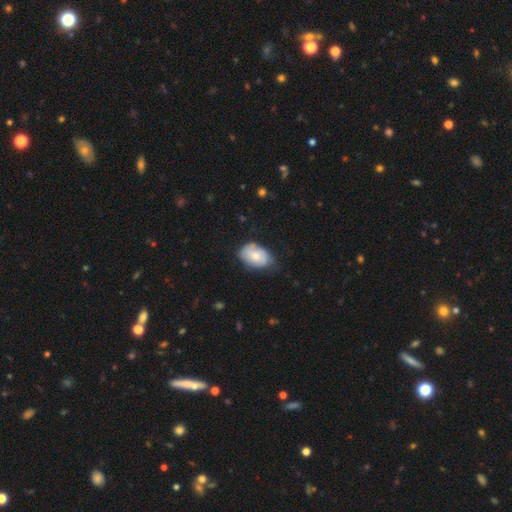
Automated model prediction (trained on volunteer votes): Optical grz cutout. It shows a smooth galaxy with no disk features (60%) that is in between round and cigar-shaped (84%). Merging: none (56%).